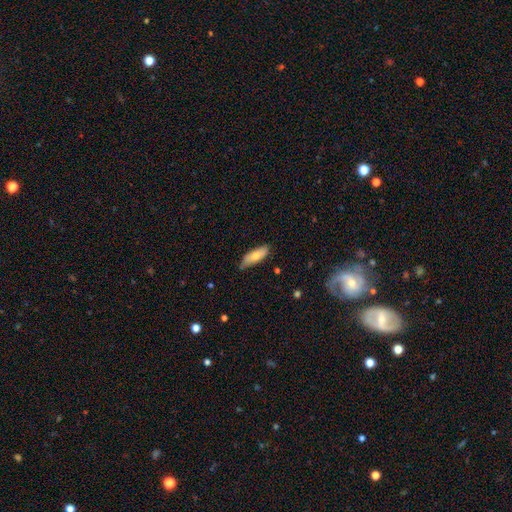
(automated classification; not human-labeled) Overall: smooth (70%). How rounded: in between (60%; cigar-shaped 38%). Merging: none (74%).